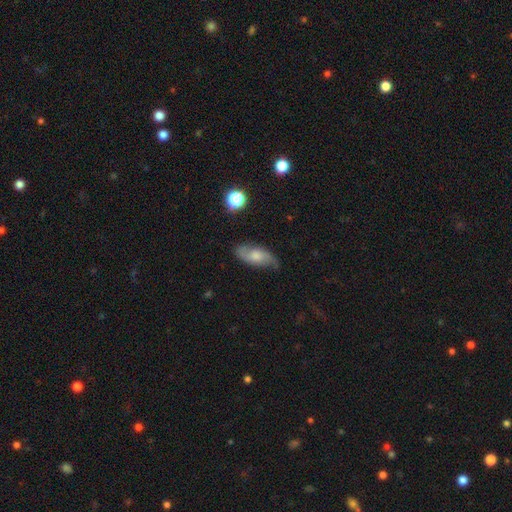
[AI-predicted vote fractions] Smooth or featured?
  - featured or disk: 50% *
  - smooth: 42%
  - star or artifact: 8%
Edge-on disk?
  - no: 89% *
  - yes: 11%
Merging?
  - none: 68% *
  - minor disturbance: 24%
  - major disturbance: 6%
  - merger: 2%